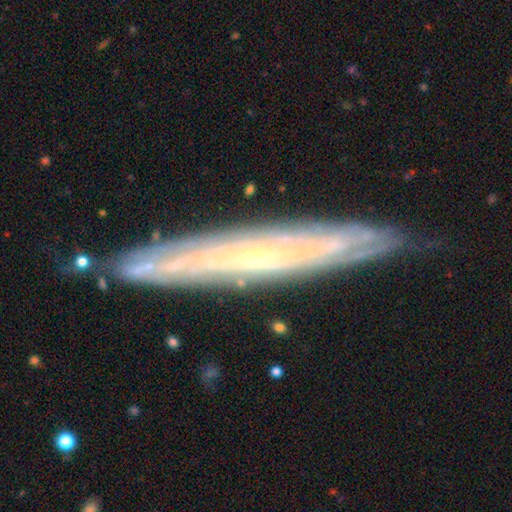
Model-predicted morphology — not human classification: Q: Smooth or featured?
A: featured or disk (76%); runner-up: smooth (18%)
Q: Edge-on disk?
A: yes (66%); runner-up: no (34%)
Q: Merging?
A: none (84%); runner-up: minor disturbance (12%)